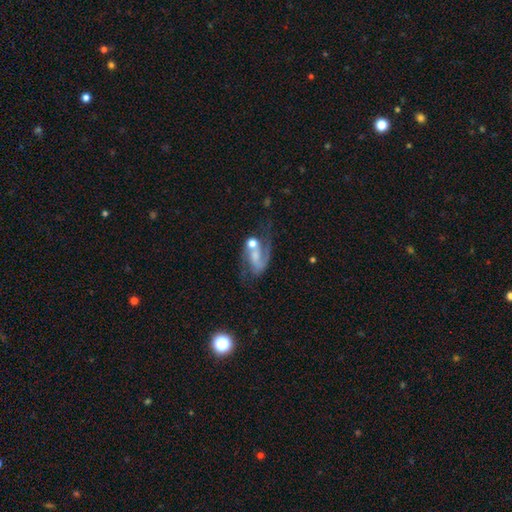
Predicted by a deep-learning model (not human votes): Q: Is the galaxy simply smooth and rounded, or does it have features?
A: featured or disk — 70%.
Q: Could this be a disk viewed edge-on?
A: no — 97%.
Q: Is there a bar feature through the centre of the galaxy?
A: no — 50%.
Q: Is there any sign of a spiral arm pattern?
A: yes — 86%.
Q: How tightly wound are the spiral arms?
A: loose — 46%.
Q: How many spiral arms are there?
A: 2 — 64%.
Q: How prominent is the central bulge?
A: moderate — 36%.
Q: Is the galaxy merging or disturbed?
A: merger — 30%, tied with none.